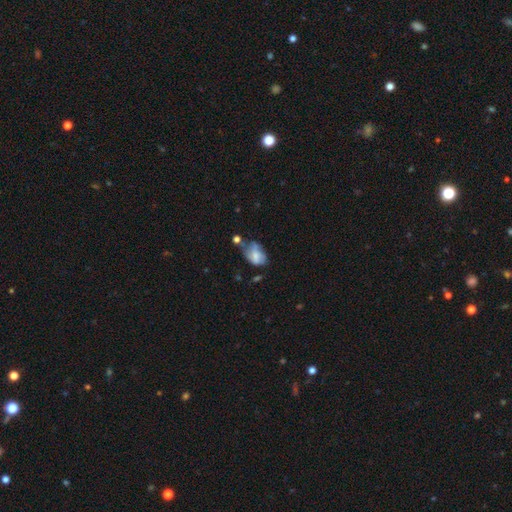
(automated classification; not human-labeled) Smooth or featured?
  - smooth: 58% *
  - featured or disk: 33%
  - star or artifact: 9%
How rounded?
  - in between: 85% *
  - round: 14%
  - cigar-shaped: 2%
Merging?
  - minor disturbance: 33% *
  - none: 29%
  - major disturbance: 24%
  - merger: 15%